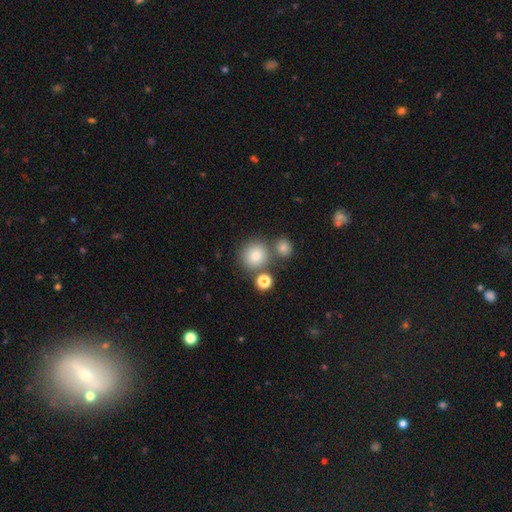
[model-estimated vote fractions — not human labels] Smooth or featured?
  - smooth: 83% *
  - star or artifact: 11%
  - featured or disk: 6%
How rounded?
  - round: 89% *
  - in between: 10%
  - cigar-shaped: 1%
Merging?
  - none: 67% *
  - merger: 19%
  - minor disturbance: 10%
  - major disturbance: 4%